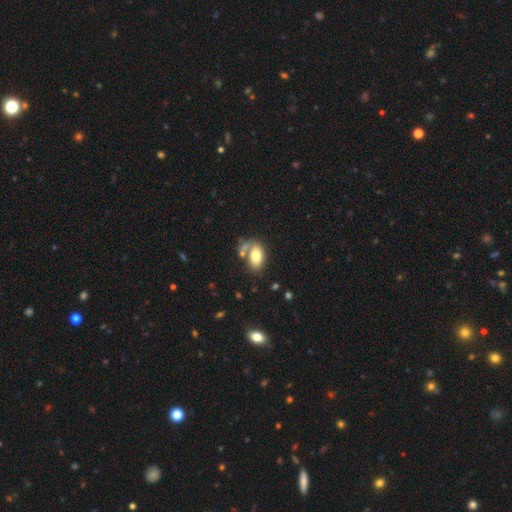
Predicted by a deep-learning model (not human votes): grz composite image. It shows a smooth galaxy with no disk features (77%) that is in between round and cigar-shaped (90%). Merging: none (50%).